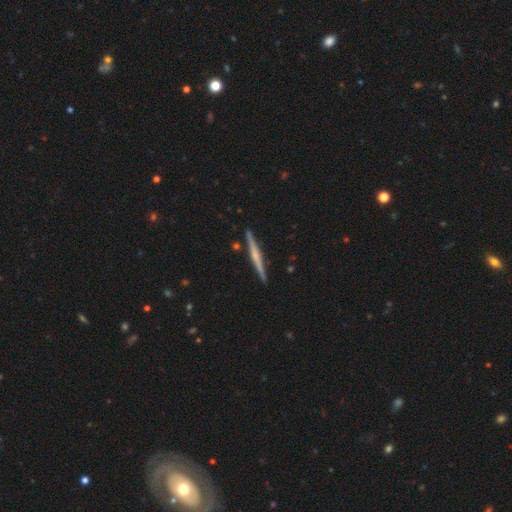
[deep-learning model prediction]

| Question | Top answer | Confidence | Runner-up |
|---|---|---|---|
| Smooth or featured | featured or disk | 70% | smooth (25%) |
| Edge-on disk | yes | 98% | no (2%) |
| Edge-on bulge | rounded | 61% | none (28%) |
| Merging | none | 91% | minor disturbance (6%) |